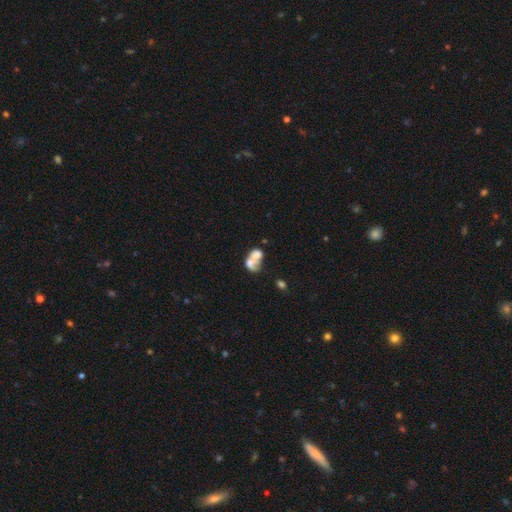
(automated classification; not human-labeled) Morphology: type=smooth (56%); roundness=in between (68%); merging=merger (66%).